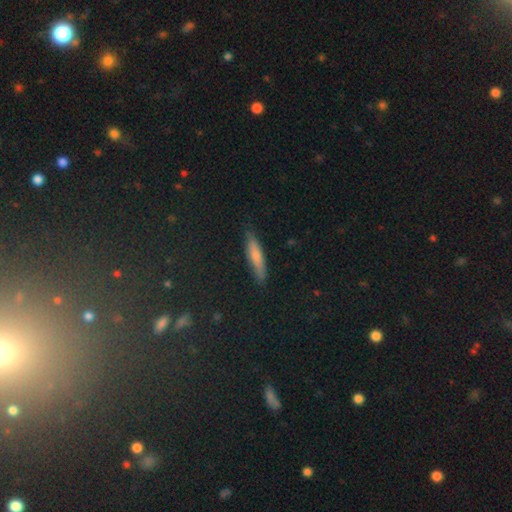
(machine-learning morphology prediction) A smooth galaxy with no disk features (67%) that is cigar-shaped (80%).

Vote fractions:
- Smooth or featured? smooth: 67% / featured or disk: 24% / star or artifact: 9%
- How rounded? cigar-shaped: 80% / in between: 18% / round: 2%
- Merging? none: 85% / minor disturbance: 12% / major disturbance: 2% / merger: 1%